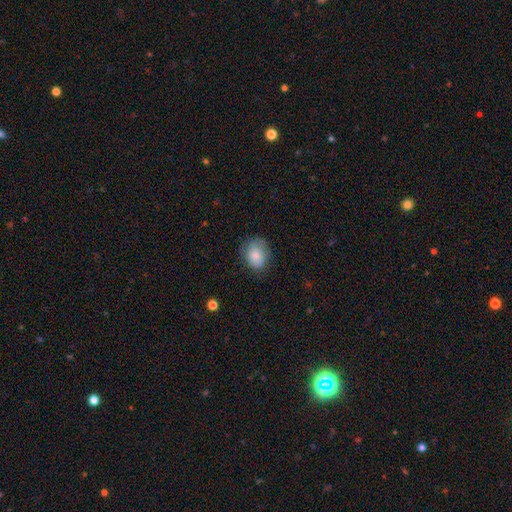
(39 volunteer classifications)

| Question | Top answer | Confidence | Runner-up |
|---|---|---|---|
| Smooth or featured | smooth | 85% | star or artifact (10%) |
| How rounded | in between | 64% | round (36%) |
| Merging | none | 77% | minor disturbance (20%) |